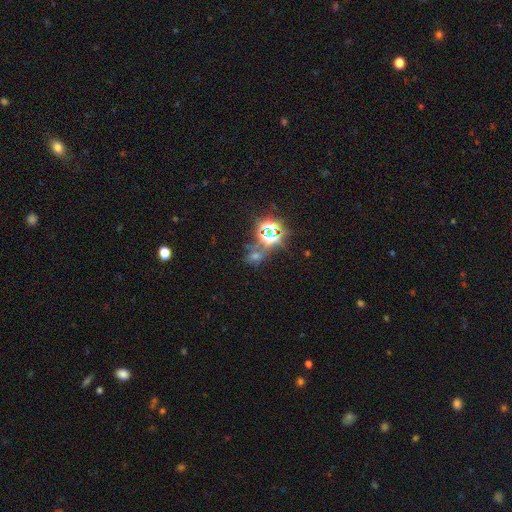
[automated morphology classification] star or artifact 60%, smooth 28%, featured or disk 11%.